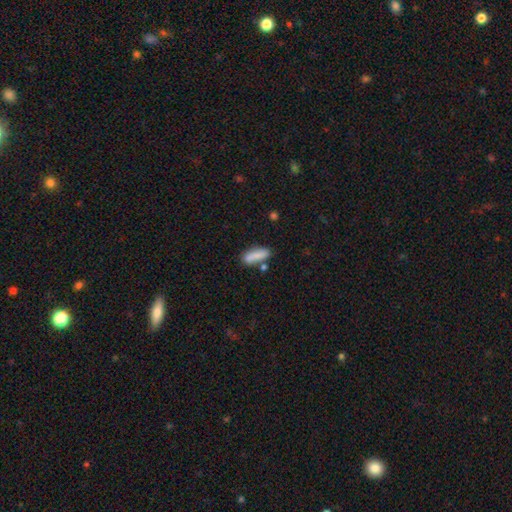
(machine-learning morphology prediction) smooth_or_featured: smooth (p=0.83) [alt: featured or disk p=0.10]
how_rounded: in between (p=0.53) [alt: cigar-shaped p=0.44]
merging: none (p=0.66) [alt: minor disturbance p=0.17]